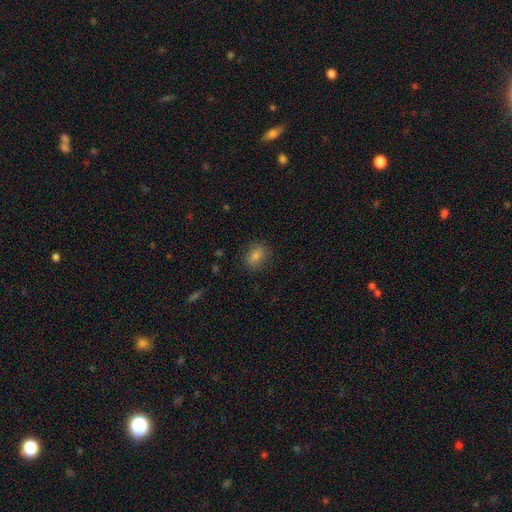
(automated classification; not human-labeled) smooth-or-featured: smooth: 73% | star or artifact: 16% | featured or disk: 11%
  how-rounded: in between: 59% | round: 39% | cigar-shaped: 2%
  merging: none: 86% | minor disturbance: 10% | major disturbance: 3% | merger: 1%